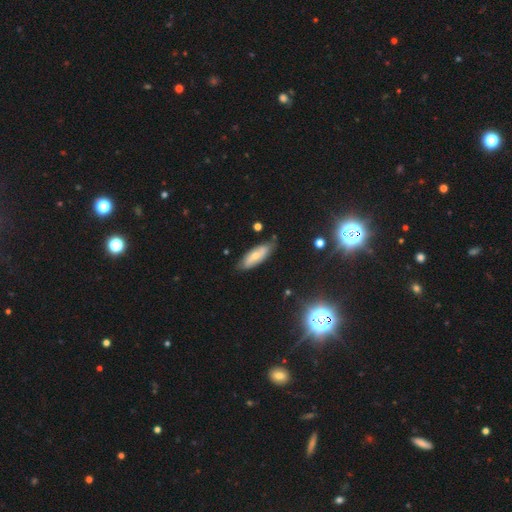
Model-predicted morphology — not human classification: A smooth galaxy with no disk features (52%) that is in between round and cigar-shaped (66%). Merging: none (75%).